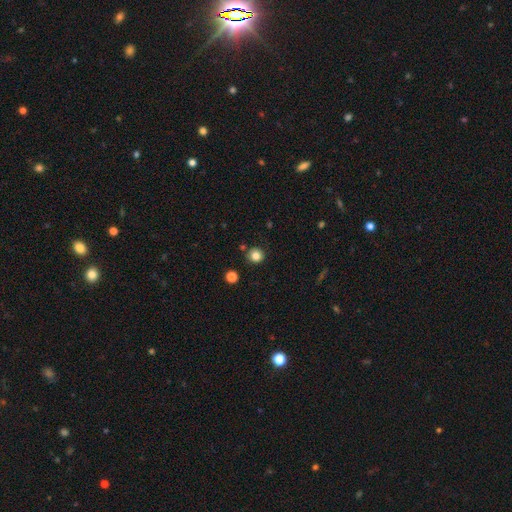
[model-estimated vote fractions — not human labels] smooth 83%, star or artifact 12%, featured or disk 5%. Down the decision tree: how rounded — round (93%); merging — none (87%).